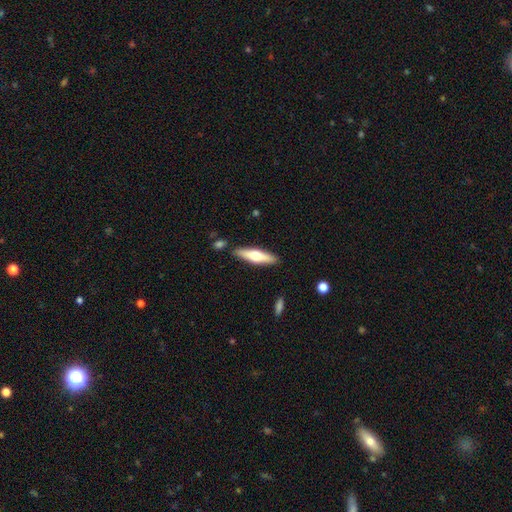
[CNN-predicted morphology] Overall: smooth (48%; featured or disk 47%). Merging: none (86%).